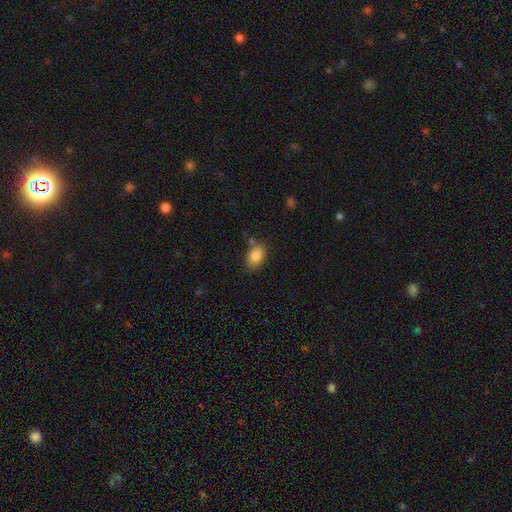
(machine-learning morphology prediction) Smooth or featured: smooth — 86% (star or artifact — 8%)
How rounded: in between — 86% (round — 12%)
Merging: none — 69% (minor disturbance — 18%)